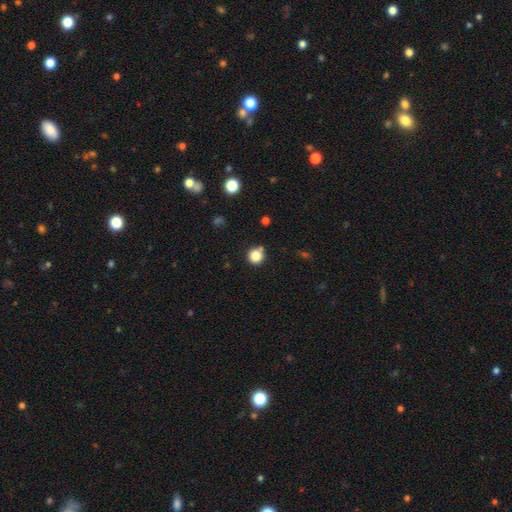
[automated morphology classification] smooth 84%, star or artifact 11%, featured or disk 5%. Down the decision tree: how rounded — round (92%); merging — none (79%).